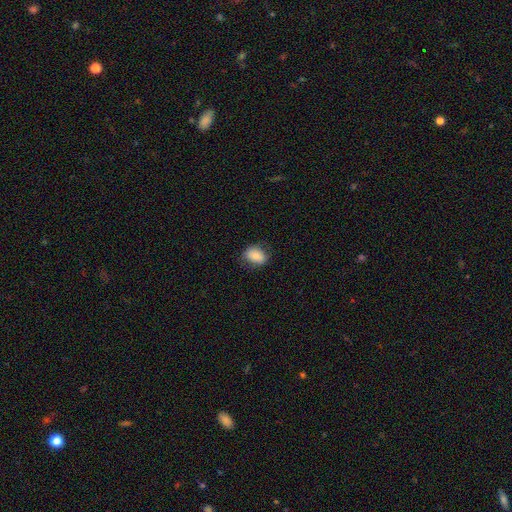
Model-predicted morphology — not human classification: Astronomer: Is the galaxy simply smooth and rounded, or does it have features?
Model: smooth — 80%.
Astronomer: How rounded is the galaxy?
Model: in between — 71%.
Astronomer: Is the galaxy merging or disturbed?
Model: none — 75%.